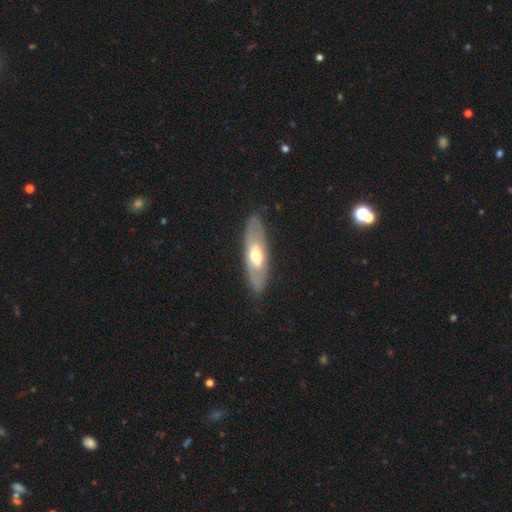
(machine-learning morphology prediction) Smooth or featured: featured or disk — 52% (smooth — 42%)
Edge-on disk: no — 64% (yes — 36%)
Merging: none — 83% (minor disturbance — 12%)